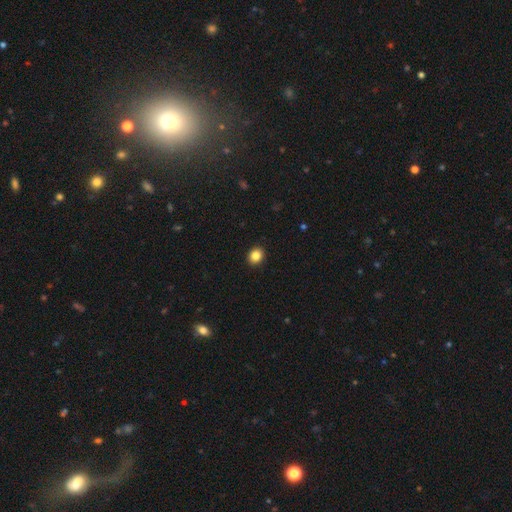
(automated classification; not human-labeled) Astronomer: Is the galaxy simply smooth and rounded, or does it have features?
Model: smooth — 85%.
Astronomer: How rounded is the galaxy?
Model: round — 67%.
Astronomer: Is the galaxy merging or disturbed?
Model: none — 92%.